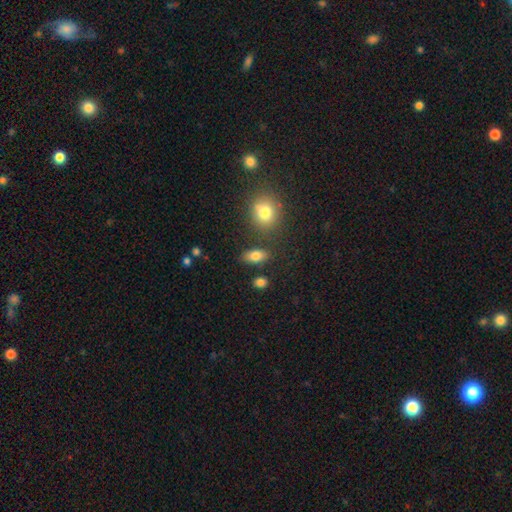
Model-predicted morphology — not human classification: type=smooth (80%); roundness=in between (85%); merging=none (80%).